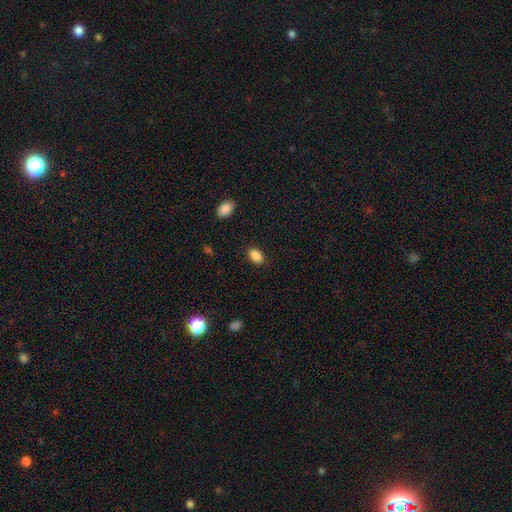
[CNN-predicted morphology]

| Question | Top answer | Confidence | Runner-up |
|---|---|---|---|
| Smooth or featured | smooth | 87% | star or artifact (9%) |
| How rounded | in between | 87% | round (11%) |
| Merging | none | 86% | minor disturbance (10%) |